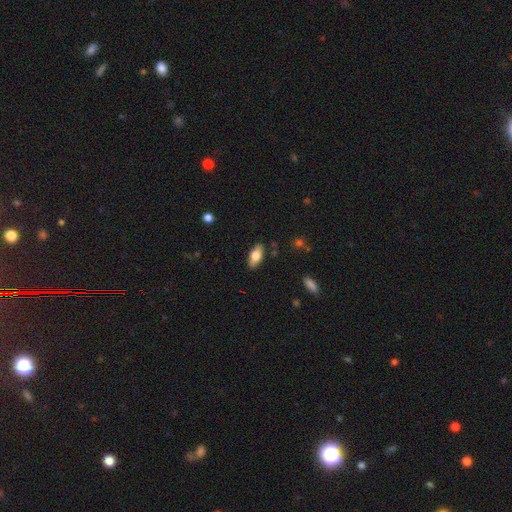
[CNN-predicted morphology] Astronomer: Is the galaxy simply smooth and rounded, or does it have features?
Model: smooth — 75%.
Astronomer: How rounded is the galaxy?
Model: in between — 87%.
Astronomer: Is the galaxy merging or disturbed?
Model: none — 87%.